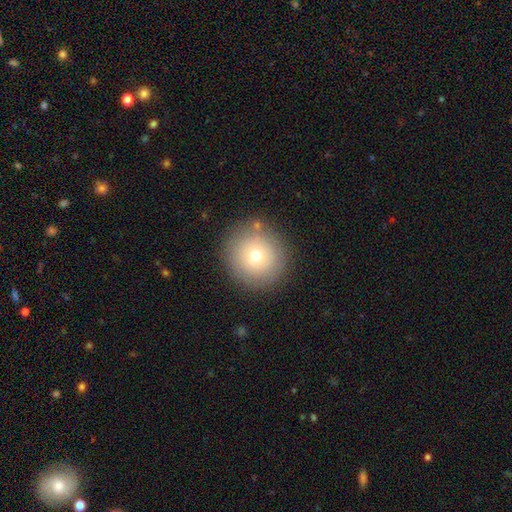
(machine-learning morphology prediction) Smooth or featured? smooth (71%)
How rounded? round (94%)
Merging? none (85%)